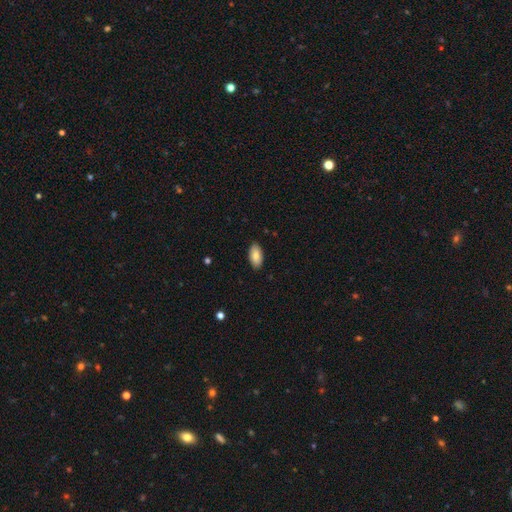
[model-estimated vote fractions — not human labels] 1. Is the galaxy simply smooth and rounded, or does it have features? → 85% smooth, 9% featured or disk, 6% star or artifact.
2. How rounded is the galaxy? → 94% in between, 4% cigar-shaped, 2% round.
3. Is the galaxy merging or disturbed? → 88% none, 9% minor disturbance, 2% major disturbance, 1% merger.